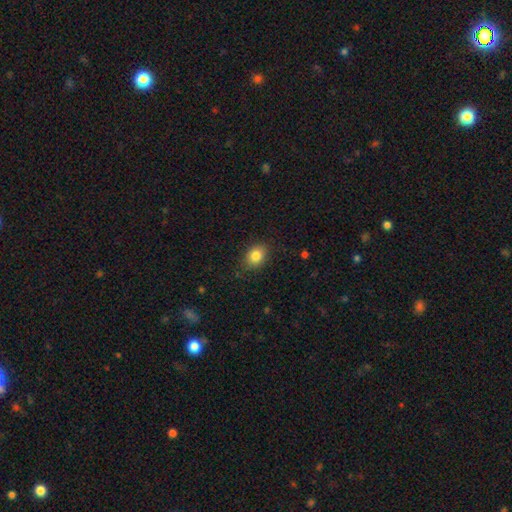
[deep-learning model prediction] Smooth or featured?
  - smooth: 83% *
  - star or artifact: 9%
  - featured or disk: 7%
How rounded?
  - in between: 64% *
  - round: 35%
  - cigar-shaped: 1%
Merging?
  - none: 84% *
  - minor disturbance: 12%
  - major disturbance: 3%
  - merger: 1%